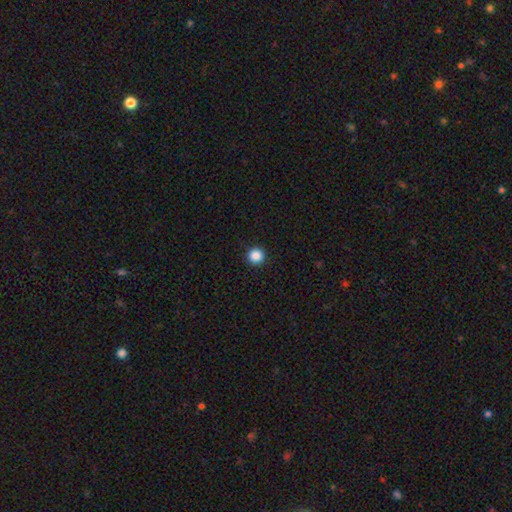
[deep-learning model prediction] Smooth or featured? smooth (87%)
How rounded? round (96%)
Merging? none (94%)